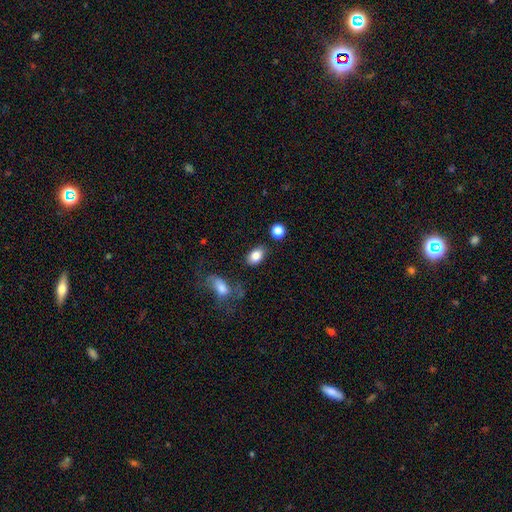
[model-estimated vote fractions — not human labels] Q: Smooth or featured?
A: smooth (84%); runner-up: star or artifact (8%)
Q: How rounded?
A: in between (84%); runner-up: round (15%)
Q: Merging?
A: none (80%); runner-up: minor disturbance (12%)